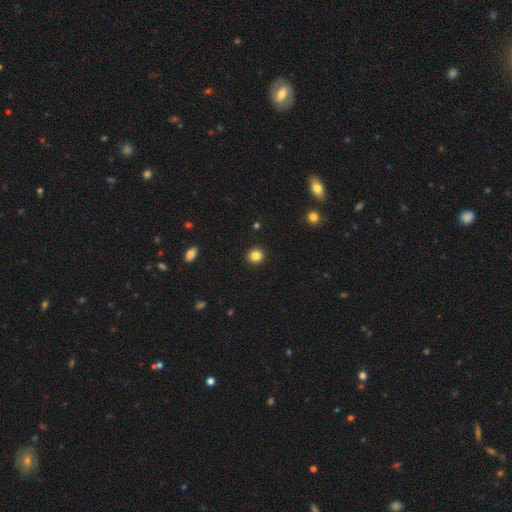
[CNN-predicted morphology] Smooth or featured? smooth (84%)
How rounded? round (92%)
Merging? none (93%)